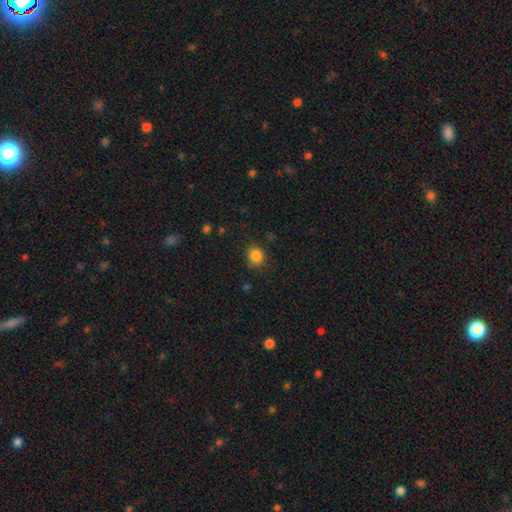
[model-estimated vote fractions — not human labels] Overall: smooth (85%). How rounded: round (80%). Merging: none (84%).